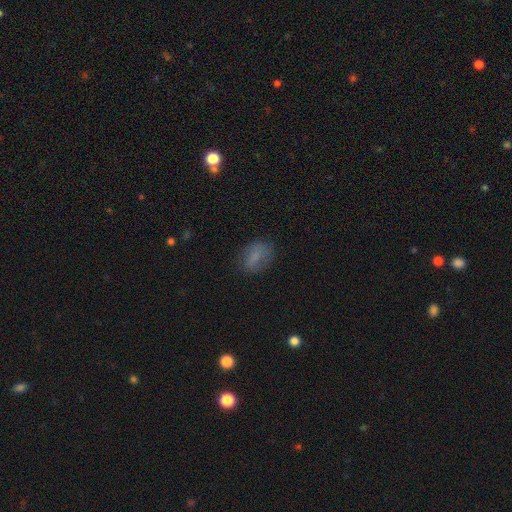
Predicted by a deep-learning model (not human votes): Smooth or featured?
  - smooth: 74% *
  - featured or disk: 15%
  - star or artifact: 12%
How rounded?
  - in between: 78% *
  - round: 19%
  - cigar-shaped: 3%
Merging?
  - none: 71% *
  - minor disturbance: 19%
  - major disturbance: 8%
  - merger: 2%